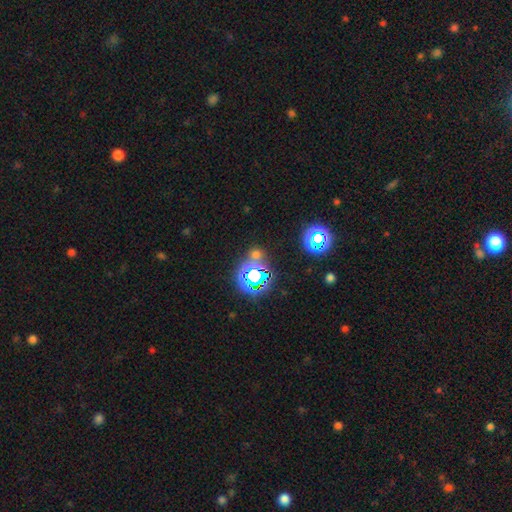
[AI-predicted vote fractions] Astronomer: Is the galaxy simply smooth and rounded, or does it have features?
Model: star or artifact — 55% (runner-up: smooth, 37%).